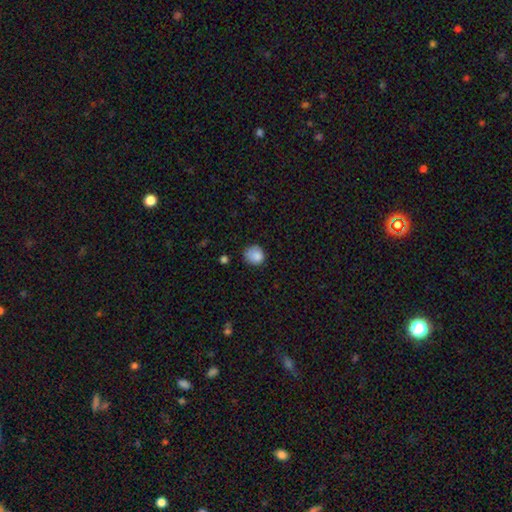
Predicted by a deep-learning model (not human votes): smooth_or_featured: smooth (p=0.85) [alt: star or artifact p=0.09]
how_rounded: round (p=0.80) [alt: in between p=0.20]
merging: none (p=0.66) [alt: minor disturbance p=0.26]